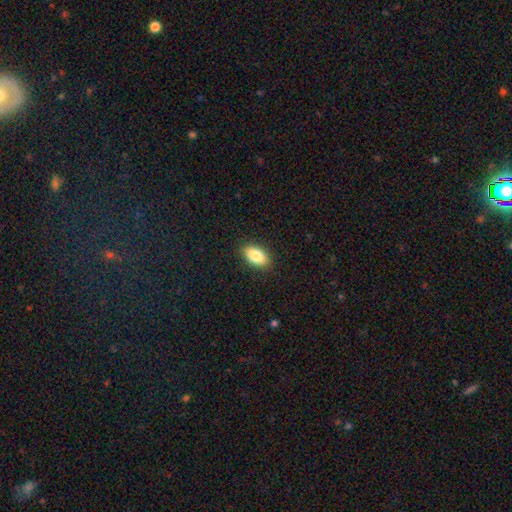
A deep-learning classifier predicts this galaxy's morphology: Smooth or featured? smooth (84%)
How rounded? in between (91%)
Merging? none (89%)